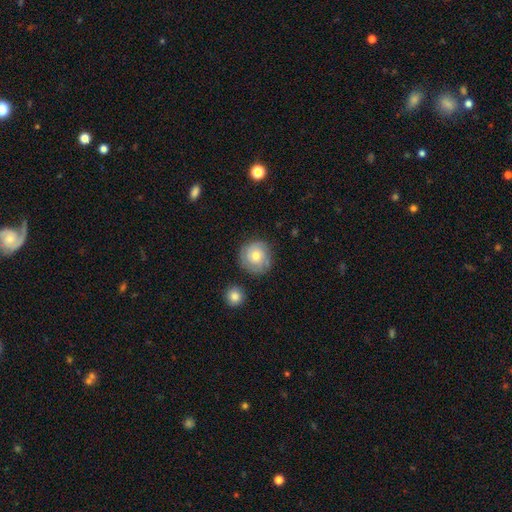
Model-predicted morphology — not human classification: This is possibly a smooth galaxy (51%). How rounded: clearly round (92%). Merging: likely none (77%).